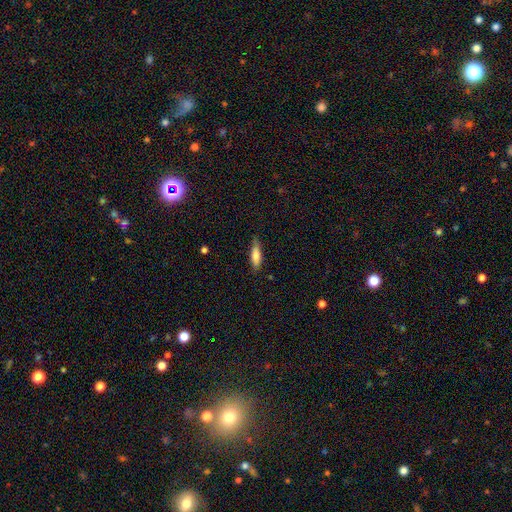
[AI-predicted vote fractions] smooth-or-featured: smooth: 74% | featured or disk: 19% | star or artifact: 6%
  how-rounded: cigar-shaped: 56% | in between: 42% | round: 2%
  merging: none: 77% | minor disturbance: 19% | major disturbance: 3% | merger: 1%